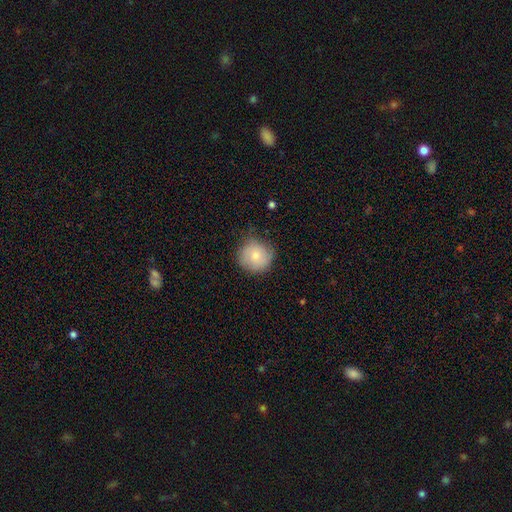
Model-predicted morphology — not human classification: Overall: smooth (77%). How rounded: round (92%). Merging: none (69%).